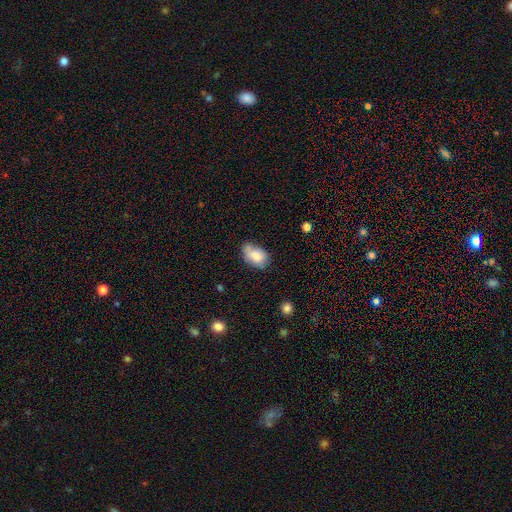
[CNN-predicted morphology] Smooth or featured: smooth — 80% (featured or disk — 12%)
How rounded: in between — 88% (round — 11%)
Merging: none — 48% (minor disturbance — 34%)